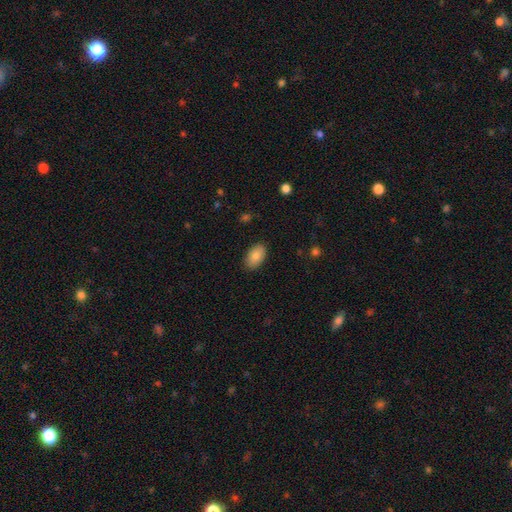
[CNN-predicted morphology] smooth_or_featured: smooth (p=0.84) [alt: featured or disk p=0.10]
how_rounded: in between (p=0.93) [alt: round p=0.06]
merging: none (p=0.87) [alt: minor disturbance p=0.10]